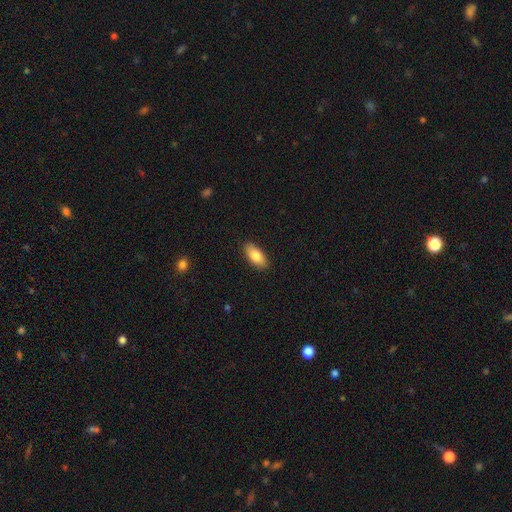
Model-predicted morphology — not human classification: Smooth or featured? smooth (81%)
How rounded? in between (88%)
Merging? none (89%)